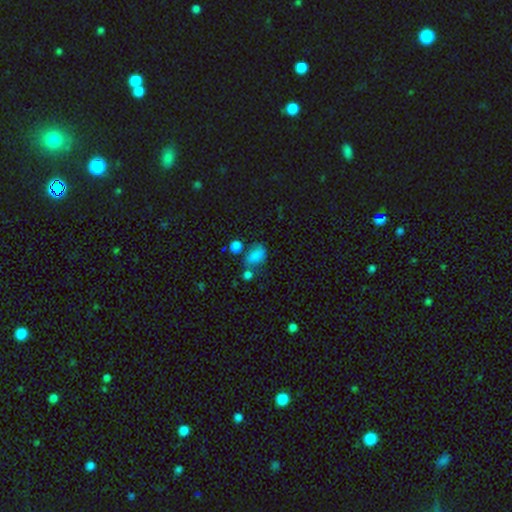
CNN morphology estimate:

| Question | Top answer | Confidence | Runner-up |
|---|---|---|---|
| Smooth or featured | smooth | 78% | star or artifact (13%) |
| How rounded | in between | 79% | round (19%) |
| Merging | none | 46% | minor disturbance (23%) |